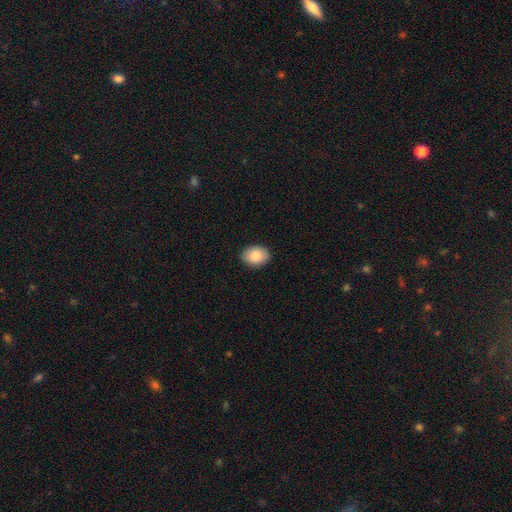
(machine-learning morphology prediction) This appears to be a smooth galaxy with no disk features (88%) that is in between round and cigar-shaped (73%). Merging: none (89%).